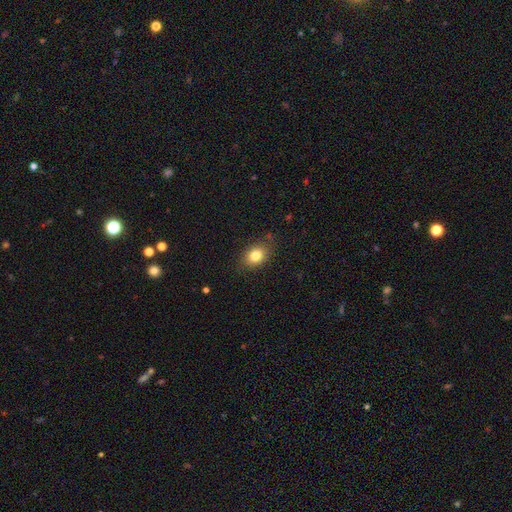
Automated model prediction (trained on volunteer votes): The model was most divided on "how rounded": in between: 64%, round: 34%, cigar-shaped: 1%. More confident: merging — none (82%); smooth or featured — smooth (81%).